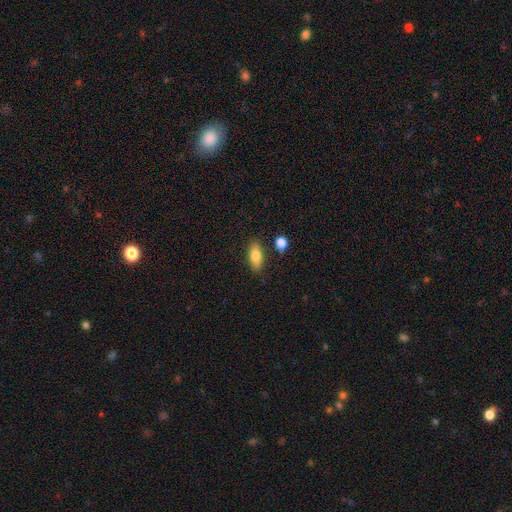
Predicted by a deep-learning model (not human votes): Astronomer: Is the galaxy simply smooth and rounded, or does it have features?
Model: smooth — 80%.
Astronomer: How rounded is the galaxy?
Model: in between — 80%.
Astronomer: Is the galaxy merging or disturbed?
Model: none — 81%.